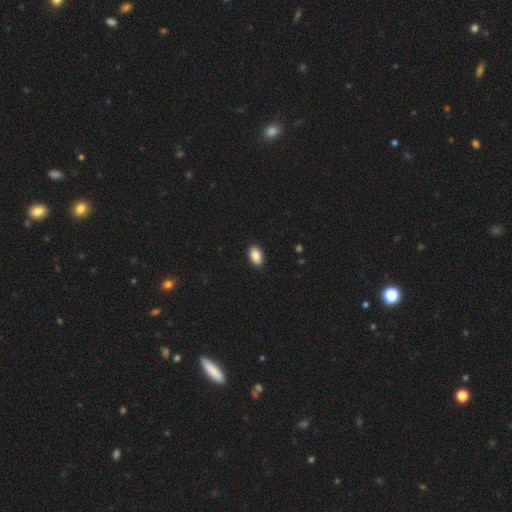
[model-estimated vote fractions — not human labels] Smooth or featured: smooth — 89% (star or artifact — 7%)
How rounded: in between — 93% (round — 5%)
Merging: none — 90% (minor disturbance — 7%)